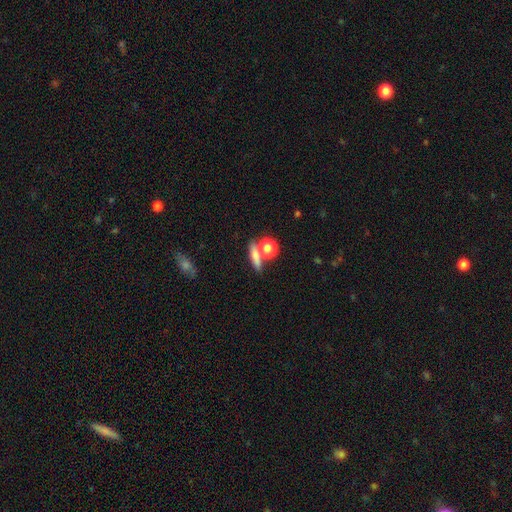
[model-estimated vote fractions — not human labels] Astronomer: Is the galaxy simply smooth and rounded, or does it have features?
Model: smooth — 70%.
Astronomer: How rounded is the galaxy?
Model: cigar-shaped — 42% (runner-up: round, 33%).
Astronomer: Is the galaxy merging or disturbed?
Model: none — 62%.